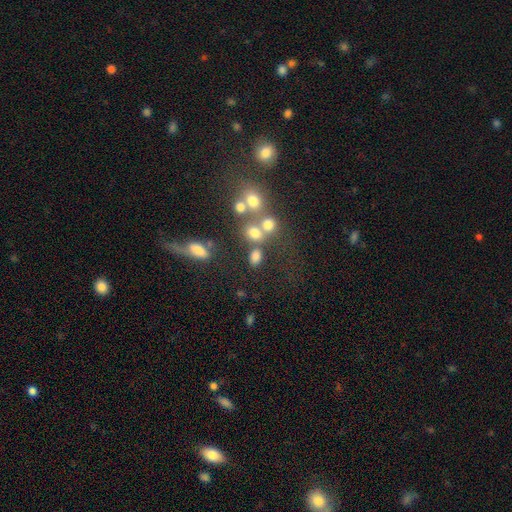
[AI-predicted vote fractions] smooth-or-featured: smooth: 41% | star or artifact: 31% | featured or disk: 28%
  merging: merger: 39% | none: 36% | major disturbance: 14% | minor disturbance: 11%